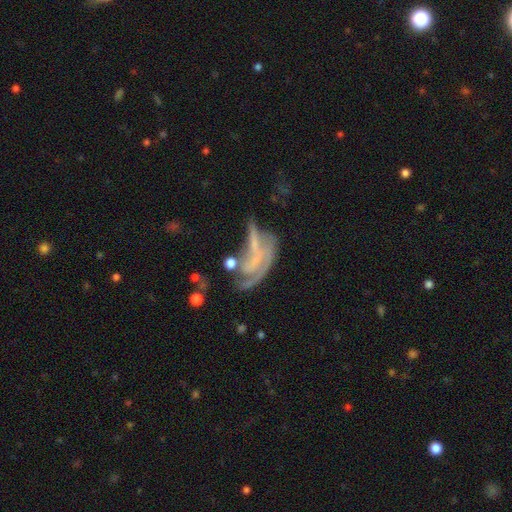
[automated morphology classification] type=featured or disk (64%); edge-on=no (89%); bar=no (65%); spiral arms=yes (56%); bulge=none (59%); merging=major disturbance (36%).